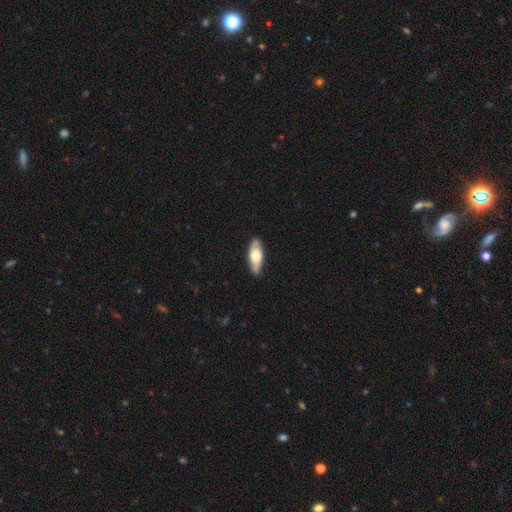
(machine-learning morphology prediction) Smooth or featured? Predicted: smooth (p=0.60). How rounded? Predicted: in between (p=0.73). Merging? Predicted: none (p=0.87).